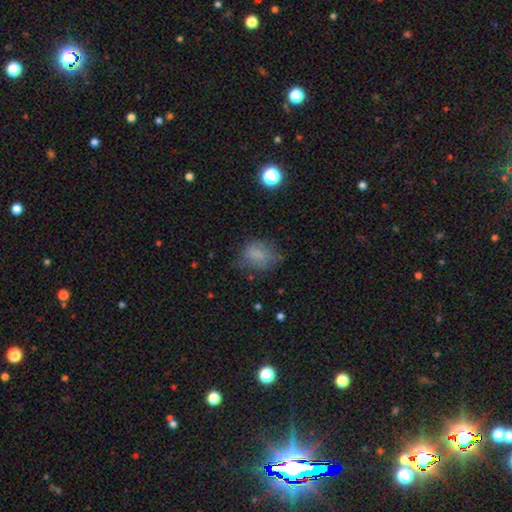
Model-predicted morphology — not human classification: Smooth or featured?
  - smooth: 72% *
  - star or artifact: 15%
  - featured or disk: 13%
How rounded?
  - in between: 51% *
  - round: 47%
  - cigar-shaped: 1%
Merging?
  - none: 64% *
  - minor disturbance: 23%
  - major disturbance: 11%
  - merger: 2%